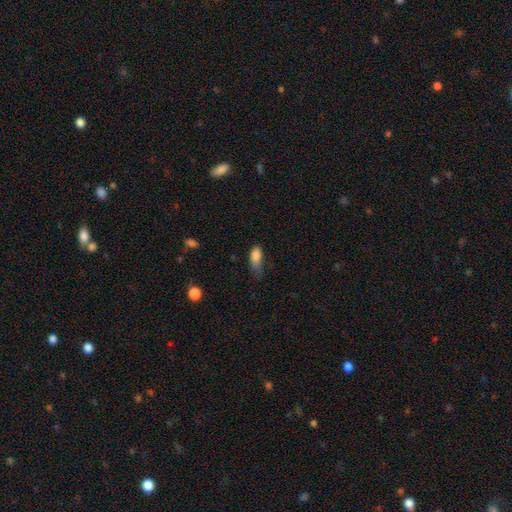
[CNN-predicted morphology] Smooth or featured?
  - smooth: 84% *
  - star or artifact: 9%
  - featured or disk: 7%
How rounded?
  - in between: 84% *
  - cigar-shaped: 12%
  - round: 4%
Merging?
  - minor disturbance: 43% *
  - none: 31%
  - major disturbance: 23%
  - merger: 2%